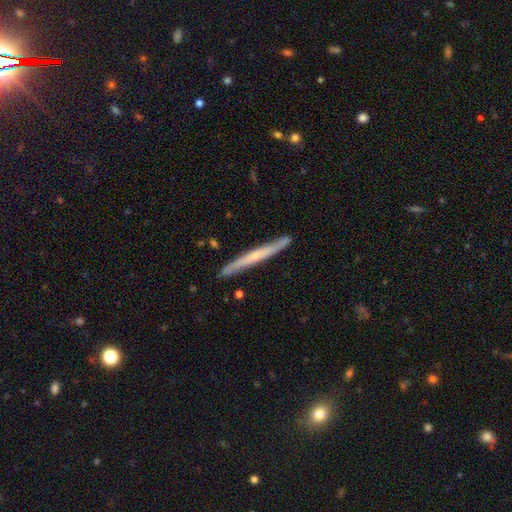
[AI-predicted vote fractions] The model was most divided on "smooth or featured": featured or disk: 58%, smooth: 37%, star or artifact: 6%. More confident: edge-on disk — yes (93%); merging — none (86%); edge-on bulge — none (66%).